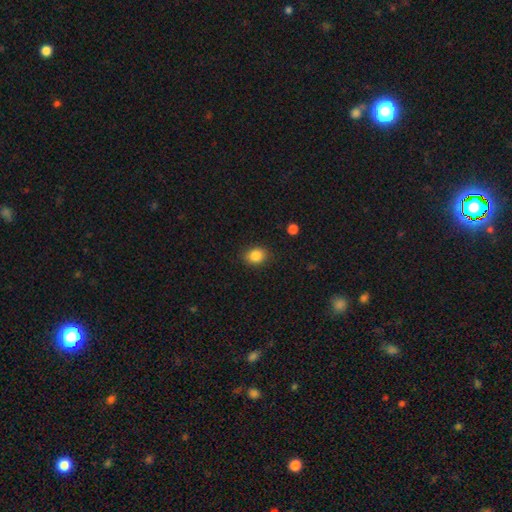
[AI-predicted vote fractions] Smooth or featured: smooth — 86% (star or artifact — 10%)
How rounded: in between — 53% (round — 46%)
Merging: none — 87% (minor disturbance — 9%)